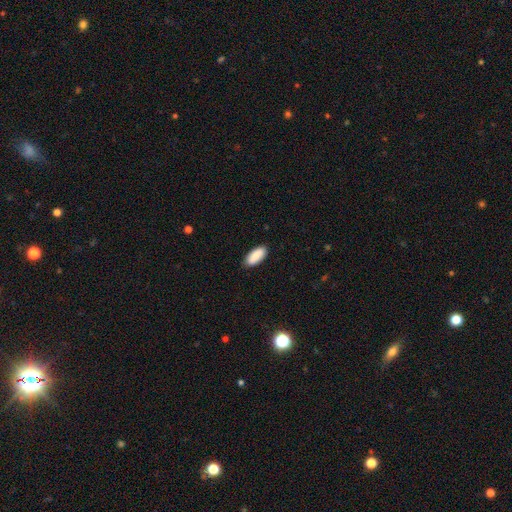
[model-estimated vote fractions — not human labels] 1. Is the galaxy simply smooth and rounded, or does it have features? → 89% smooth, 6% star or artifact, 5% featured or disk.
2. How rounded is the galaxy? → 88% in between, 10% cigar-shaped, 2% round.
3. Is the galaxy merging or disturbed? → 86% none, 11% minor disturbance, 2% major disturbance, 1% merger.